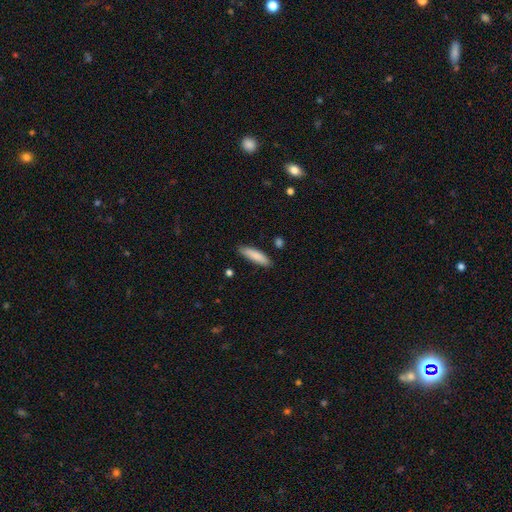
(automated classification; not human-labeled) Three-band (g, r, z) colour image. It shows a smooth galaxy with no disk features (87%) that is cigar-shaped (68%). Merging: none (87%).